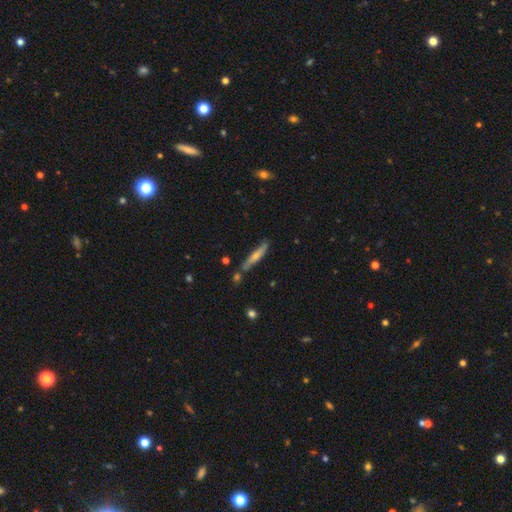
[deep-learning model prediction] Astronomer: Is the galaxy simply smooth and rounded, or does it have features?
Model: featured or disk — 53% (runner-up: smooth, 40%).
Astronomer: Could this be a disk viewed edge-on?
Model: yes — 89%.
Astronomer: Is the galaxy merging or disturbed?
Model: none — 75%.